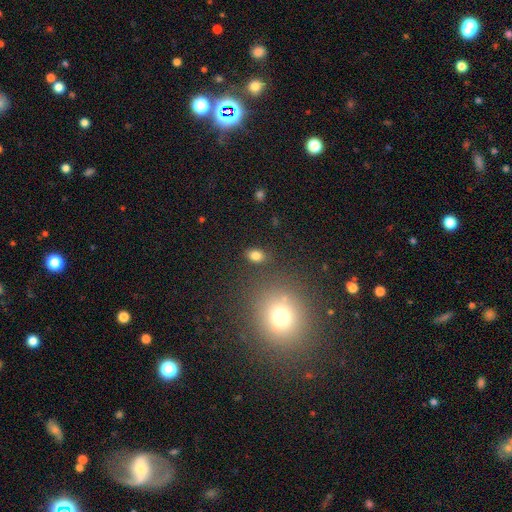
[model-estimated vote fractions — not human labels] smooth_or_featured: smooth (p=0.80) [alt: star or artifact p=0.13]
how_rounded: in between (p=0.75) [alt: round p=0.23]
merging: none (p=0.83) [alt: minor disturbance p=0.10]